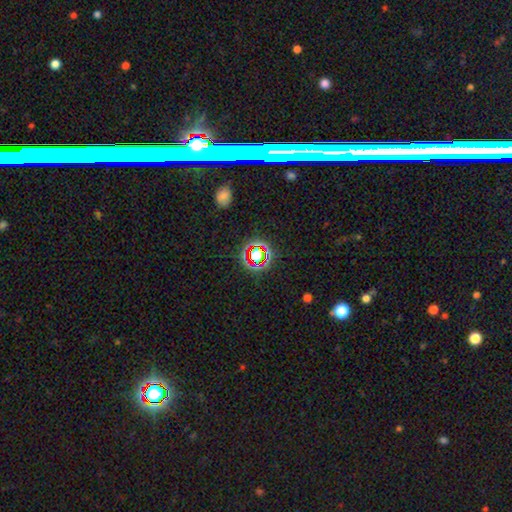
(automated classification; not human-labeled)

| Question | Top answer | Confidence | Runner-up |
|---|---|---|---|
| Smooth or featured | star or artifact | 69% | smooth (20%) |